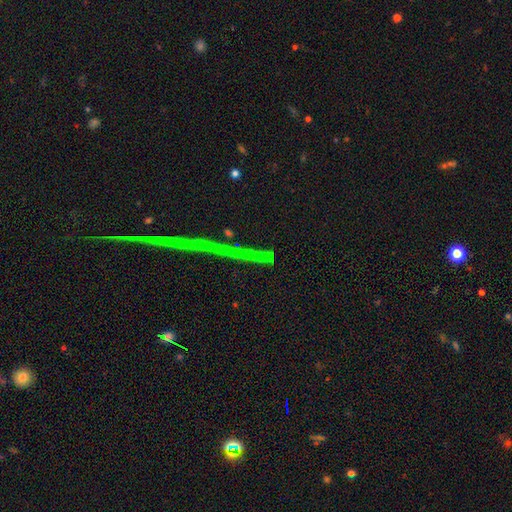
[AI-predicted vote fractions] Smooth or featured? star or artifact (77%)